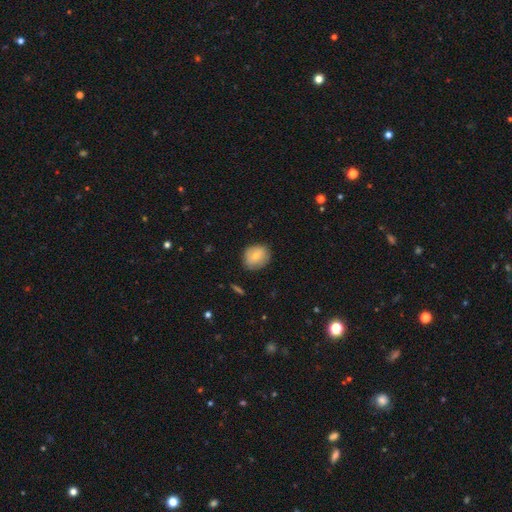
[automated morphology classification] Overall: smooth (70%). How rounded: round (74%). Merging: none (79%).